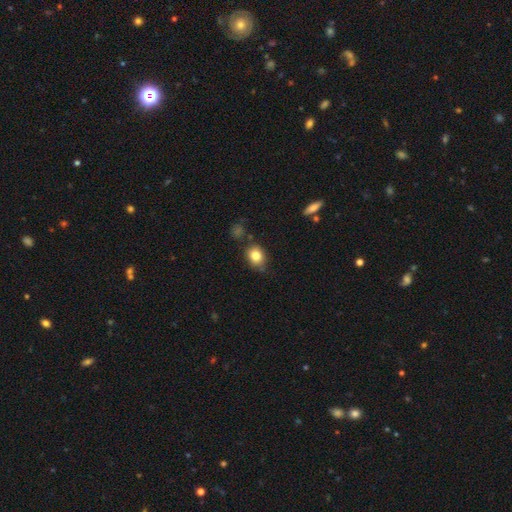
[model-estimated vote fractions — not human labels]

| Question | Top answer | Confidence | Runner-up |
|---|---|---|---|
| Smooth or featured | smooth | 82% | star or artifact (9%) |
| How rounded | in between | 53% | round (46%) |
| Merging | none | 72% | minor disturbance (20%) |